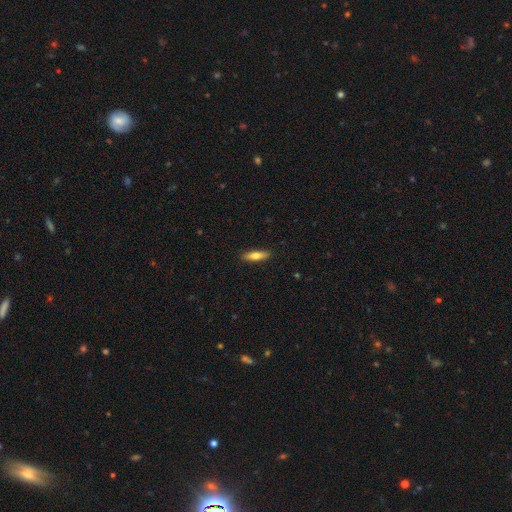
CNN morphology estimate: Smooth or featured?
  - smooth: 72% *
  - featured or disk: 22%
  - star or artifact: 6%
How rounded?
  - cigar-shaped: 61% *
  - in between: 37%
  - round: 2%
Merging?
  - none: 89% *
  - minor disturbance: 8%
  - major disturbance: 2%
  - merger: 1%